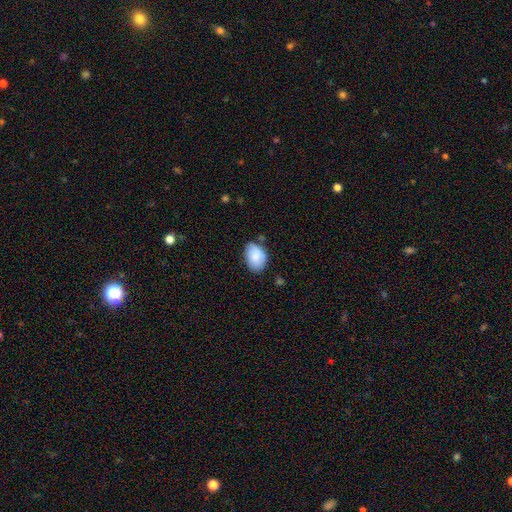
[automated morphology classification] This appears to be a smooth galaxy with no disk features (85%) that is in between round and cigar-shaped (83%). Merging: none (61%).